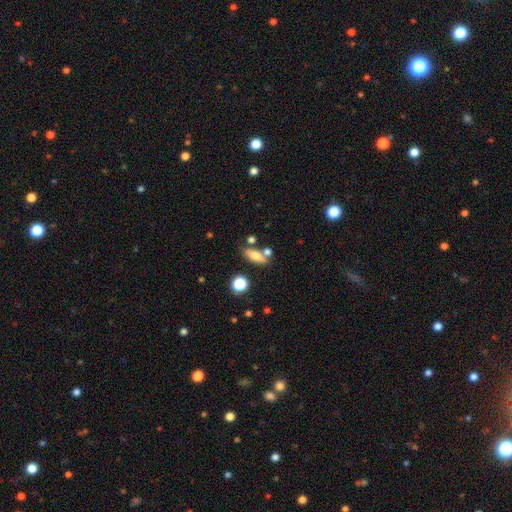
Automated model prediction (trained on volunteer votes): Smooth or featured: smooth — 72% (featured or disk — 18%)
How rounded: in between — 65% (cigar-shaped — 27%)
Merging: none — 62% (merger — 18%)